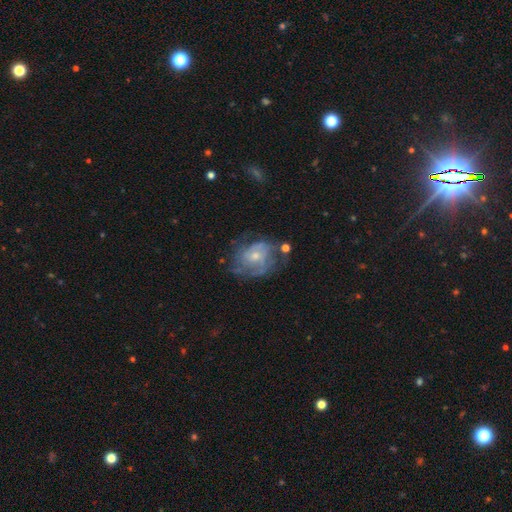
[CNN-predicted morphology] A featured or disk galaxy (72%) with no bar (74%), tight (49%) spiral arms (76%) and a small central bulge (53%).

Vote fractions:
- Smooth or featured? featured or disk: 72% / smooth: 21% / star or artifact: 7%
- Edge-on disk? no: 97% / yes: 3%
- Bar? no: 74% / weak: 23% / strong: 3%
- Spiral arms? yes: 76% / no: 24%
- Spiral winding? tight: 49% / medium: 36% / loose: 14%
- Spiral arm count? can't tell: 48% / 2: 22% / 3: 14% / 4: 6% / 1: 5% / more than 4: 4%
- Bulge size? small: 53% / moderate: 41% / none: 3% / large: 2% / dominant: 1%
- Merging? none: 52% / minor disturbance: 24% / major disturbance: 19% / merger: 5%